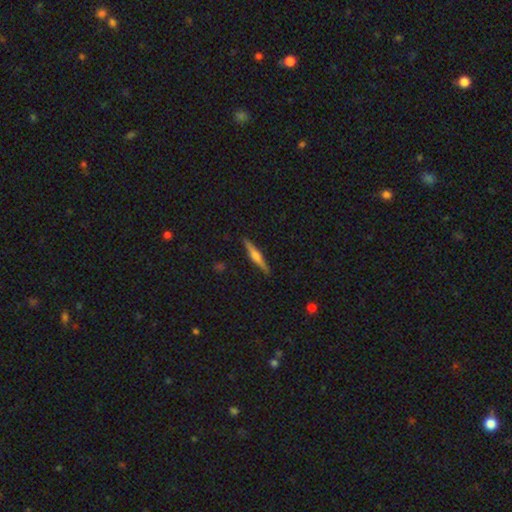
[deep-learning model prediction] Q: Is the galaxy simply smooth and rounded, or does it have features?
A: featured or disk — 61%.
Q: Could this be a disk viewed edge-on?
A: yes — 97%.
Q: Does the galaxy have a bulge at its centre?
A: rounded — 76%.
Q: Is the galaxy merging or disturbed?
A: none — 90%.